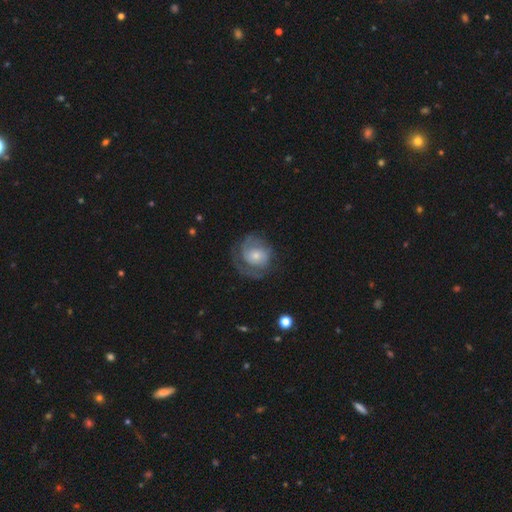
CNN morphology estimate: smooth-or-featured: featured or disk: 60% | smooth: 34% | star or artifact: 7%
  disk-edge-on: no: 97% | yes: 3%
    bar: no: 76% | weak: 20% | strong: 4%
    has-spiral-arms: yes: 79% | no: 21%
    bulge-size: small: 49% | moderate: 40% | large: 7% | none: 3% | dominant: 1%
  merging: none: 56% | minor disturbance: 21% | major disturbance: 21% | merger: 2%